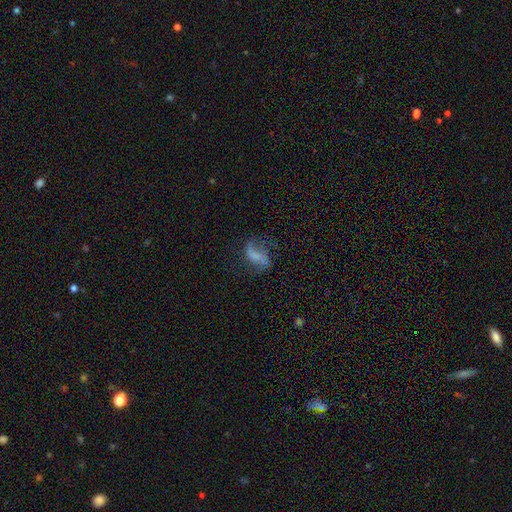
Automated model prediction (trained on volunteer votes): A featured or disk galaxy (58%) with no bar (40%), spiral arms (82%) and no central bulge (58%).

Vote fractions:
- Smooth or featured? featured or disk: 58% / smooth: 31% / star or artifact: 11%
- Edge-on disk? no: 95% / yes: 5%
- Bar? no: 40% / weak: 36% / strong: 24%
- Spiral arms? yes: 82% / no: 18%
- Bulge size? none: 58% / small: 18% / moderate: 13% / large: 8% / dominant: 2%
- Merging? none: 51% / major disturbance: 25% / minor disturbance: 22% / merger: 3%